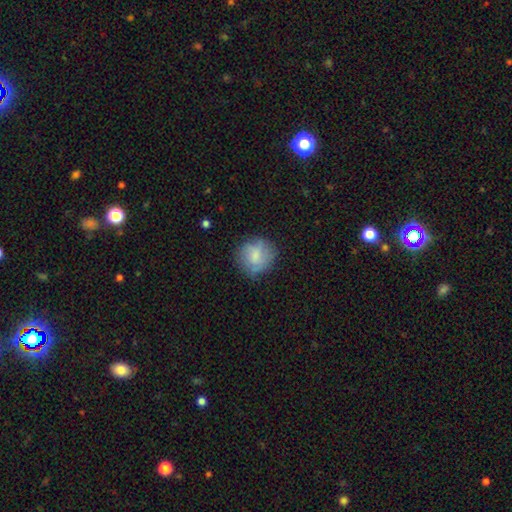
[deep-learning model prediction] smooth_or_featured: smooth (p=0.70) [alt: featured or disk p=0.21]
how_rounded: round (p=0.86) [alt: in between p=0.13]
merging: none (p=0.70) [alt: minor disturbance p=0.21]